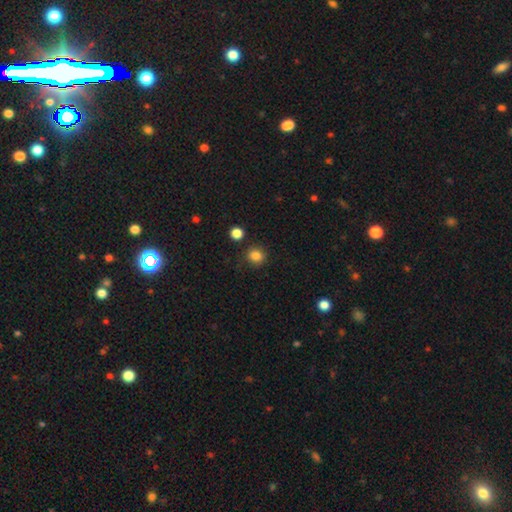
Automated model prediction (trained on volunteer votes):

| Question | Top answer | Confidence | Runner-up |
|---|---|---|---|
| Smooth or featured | smooth | 84% | star or artifact (12%) |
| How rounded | round | 84% | in between (15%) |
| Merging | none | 85% | minor disturbance (9%) |